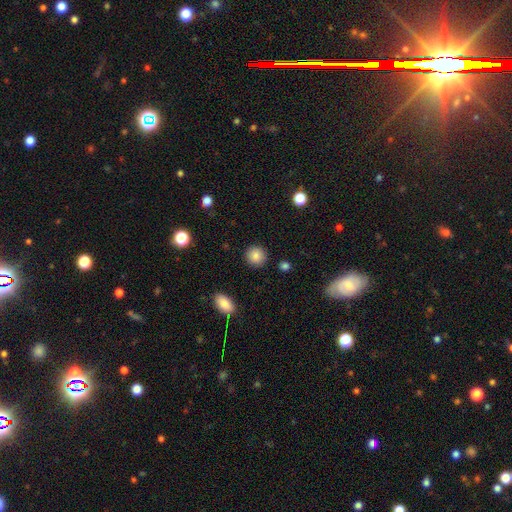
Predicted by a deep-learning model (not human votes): smooth_or_featured: smooth (p=0.86) [alt: star or artifact p=0.09]
how_rounded: round (p=0.90) [alt: in between p=0.09]
merging: none (p=0.91) [alt: minor disturbance p=0.06]